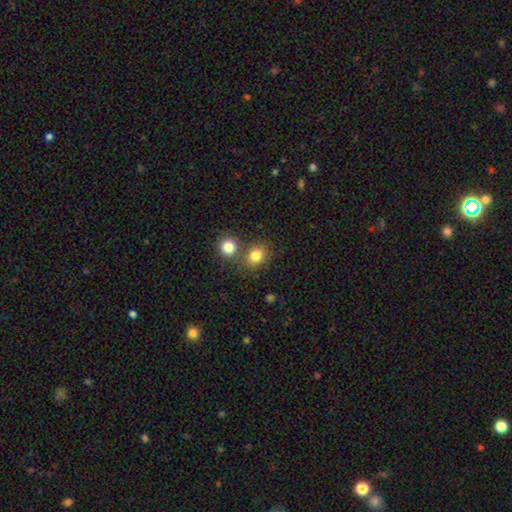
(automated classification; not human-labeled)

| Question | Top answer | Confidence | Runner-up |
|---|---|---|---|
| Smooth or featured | smooth | 81% | star or artifact (11%) |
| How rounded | round | 60% | in between (39%) |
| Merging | none | 63% | merger (25%) |